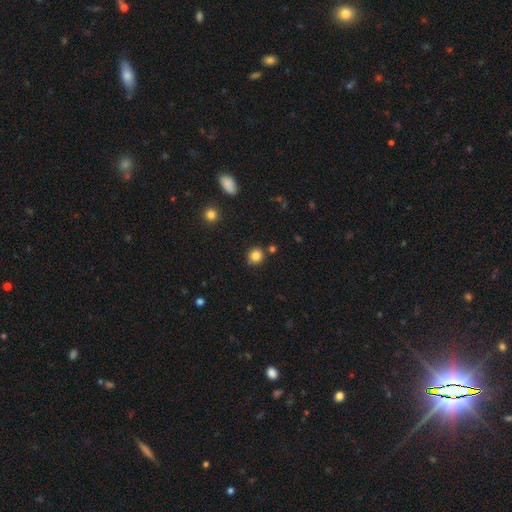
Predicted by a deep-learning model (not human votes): Morphology: type=smooth (83%); roundness=round (88%); merging=none (83%).